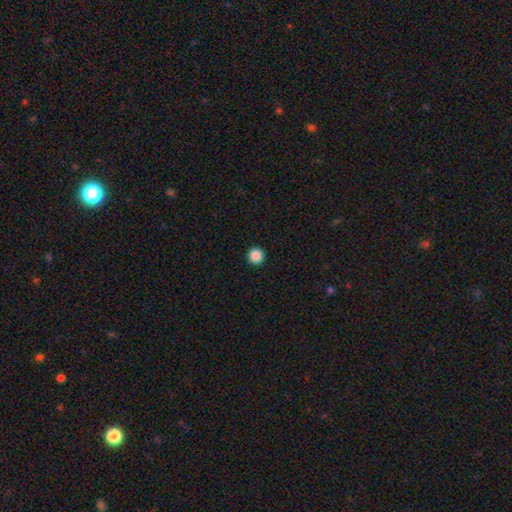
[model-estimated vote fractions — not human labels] A smooth galaxy with no disk features (88%) that is round (97%).

Vote fractions:
- Smooth or featured? smooth: 88% / star or artifact: 10% / featured or disk: 2%
- How rounded? round: 97% / in between: 2% / cigar-shaped: 1%
- Merging? none: 94% / minor disturbance: 3% / major disturbance: 1% / merger: 1%